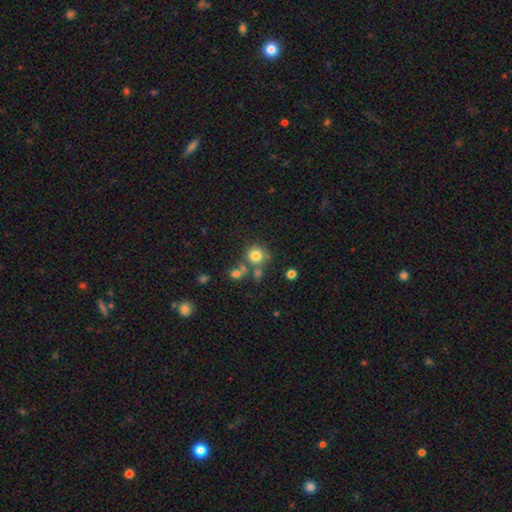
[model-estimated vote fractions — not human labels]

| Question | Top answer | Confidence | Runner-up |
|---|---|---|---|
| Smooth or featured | smooth | 78% | star or artifact (13%) |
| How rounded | round | 90% | in between (9%) |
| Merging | none | 65% | merger (19%) |